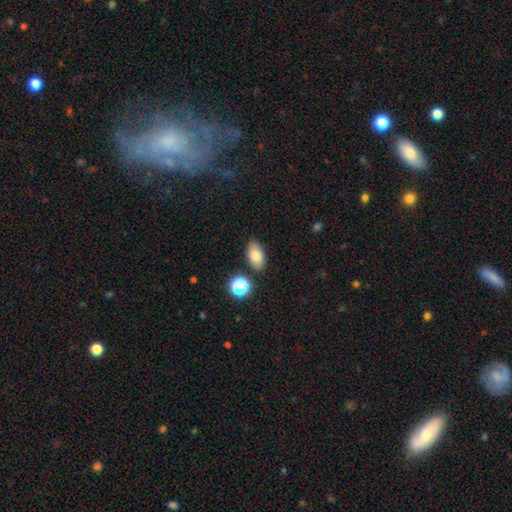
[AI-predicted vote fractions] Morphology: type=smooth (80%); roundness=in between (90%); merging=none (82%).